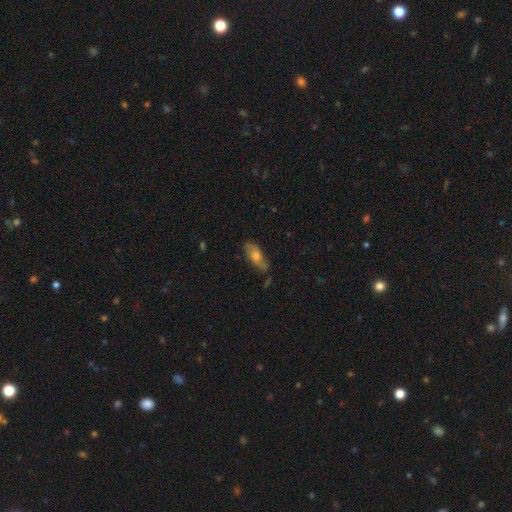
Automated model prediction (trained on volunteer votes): Overall: smooth (46%; featured or disk 45%). Merging: none (70%).